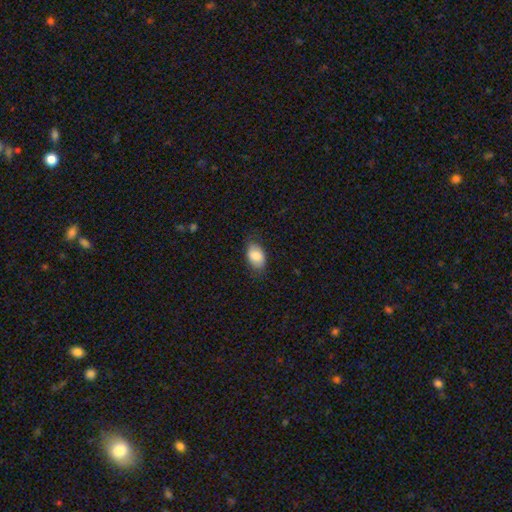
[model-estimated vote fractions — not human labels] Overall: smooth (80%). How rounded: in between (89%). Merging: none (75%).